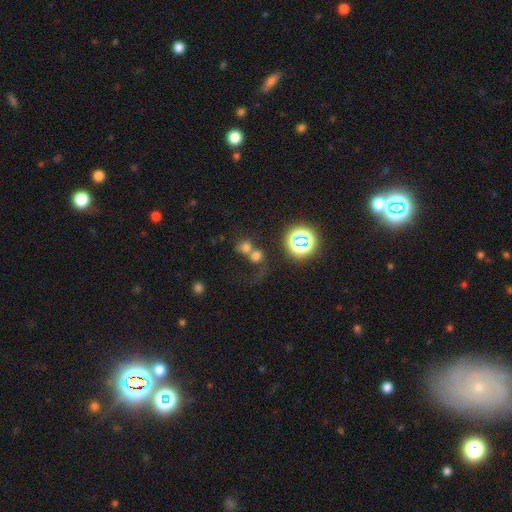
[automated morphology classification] smooth 59%, star or artifact 24%, featured or disk 17%. Down the decision tree: how rounded — round (72%); merging — merger (60%).